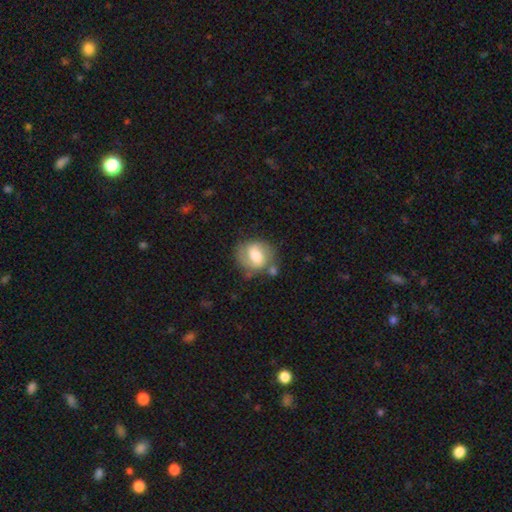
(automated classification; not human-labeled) Smooth or featured: smooth — 48% (featured or disk — 45%)
Merging: none — 61% (minor disturbance — 22%)